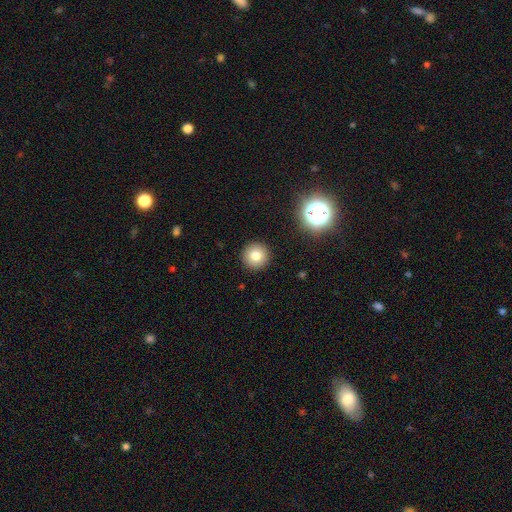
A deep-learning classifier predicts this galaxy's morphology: smooth_or_featured: smooth (p=0.78) [alt: star or artifact p=0.12]
how_rounded: round (p=0.95) [alt: in between p=0.04]
merging: none (p=0.92) [alt: minor disturbance p=0.05]